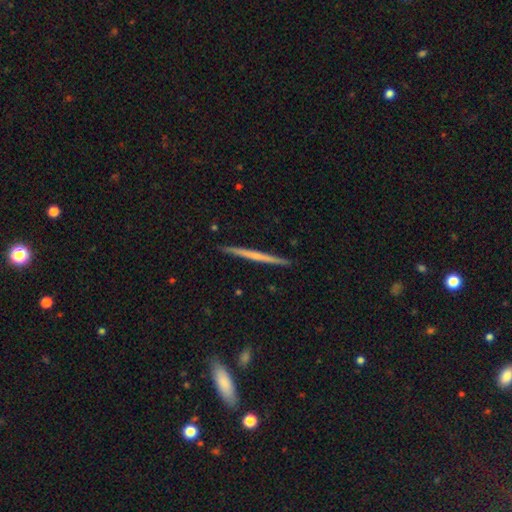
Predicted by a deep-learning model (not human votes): Q: Smooth or featured?
A: featured or disk (57%); runner-up: smooth (38%)
Q: Edge-on disk?
A: yes (98%); runner-up: no (2%)
Q: Edge-on bulge?
A: none (82%); runner-up: rounded (14%)
Q: Merging?
A: none (93%); runner-up: minor disturbance (5%)